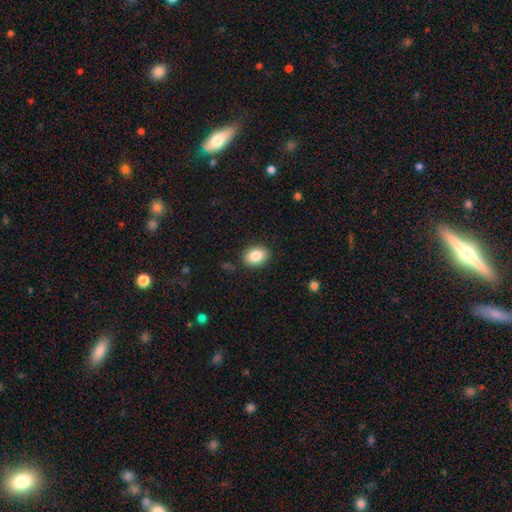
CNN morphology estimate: Smooth or featured? smooth (86%)
How rounded? in between (68%)
Merging? none (87%)